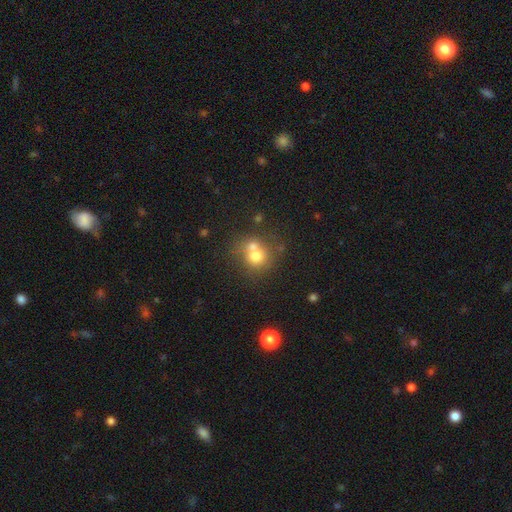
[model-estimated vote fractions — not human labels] Smooth or featured? smooth (69%)
How rounded? round (80%)
Merging? merger (52%)